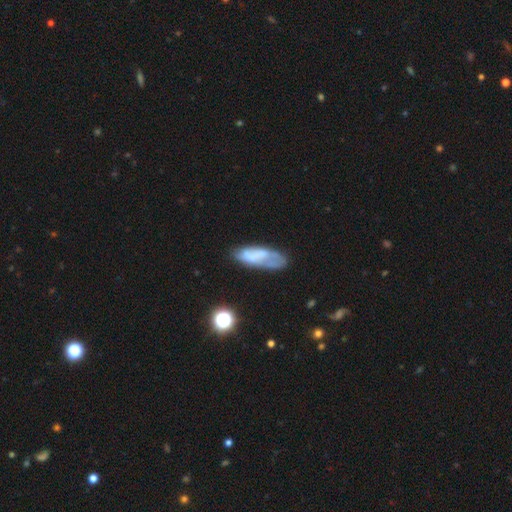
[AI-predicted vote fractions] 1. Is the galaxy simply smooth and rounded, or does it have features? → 52% smooth, 38% featured or disk, 10% star or artifact.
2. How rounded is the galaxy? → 70% in between, 28% cigar-shaped, 3% round.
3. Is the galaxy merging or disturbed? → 50% none, 28% minor disturbance, 17% major disturbance, 5% merger.